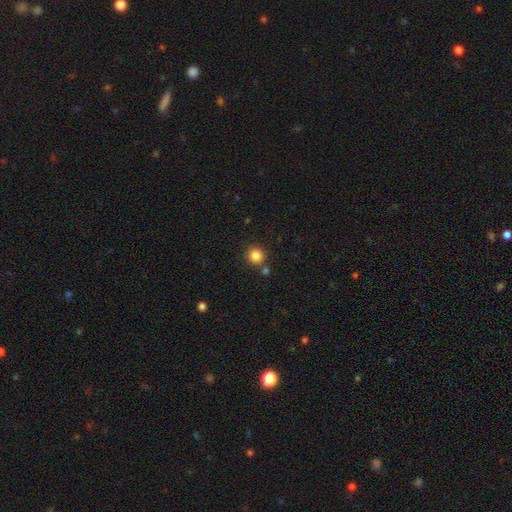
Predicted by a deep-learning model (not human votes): The model was most divided on "merging": none: 80%, merger: 9%, minor disturbance: 8%, major disturbance: 3%. More confident: how rounded — round (92%); smooth or featured — smooth (85%).